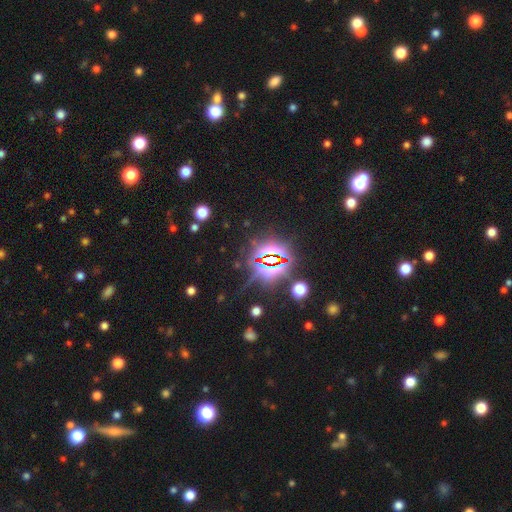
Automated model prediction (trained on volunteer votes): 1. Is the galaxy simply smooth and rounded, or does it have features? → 80% star or artifact, 13% smooth, 7% featured or disk.